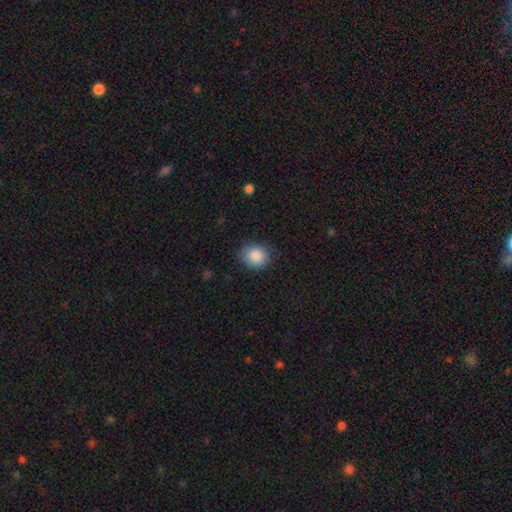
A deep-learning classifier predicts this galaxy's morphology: smooth-or-featured: smooth: 88% | star or artifact: 8% | featured or disk: 4%
  how-rounded: round: 76% | in between: 23% | cigar-shaped: 1%
  merging: none: 84% | minor disturbance: 12% | major disturbance: 3% | merger: 1%